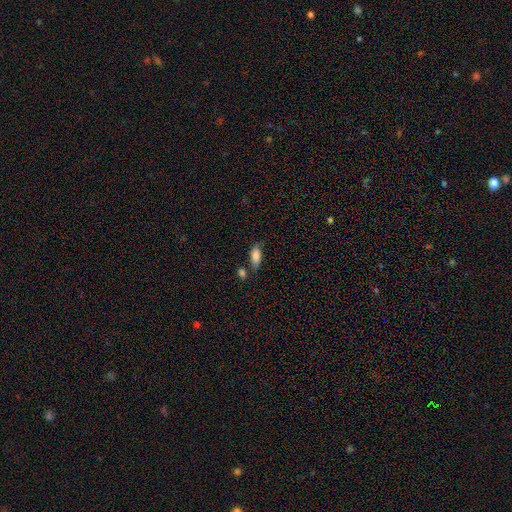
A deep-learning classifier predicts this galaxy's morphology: type=smooth (82%); roundness=in between (81%); merging=none (60%).